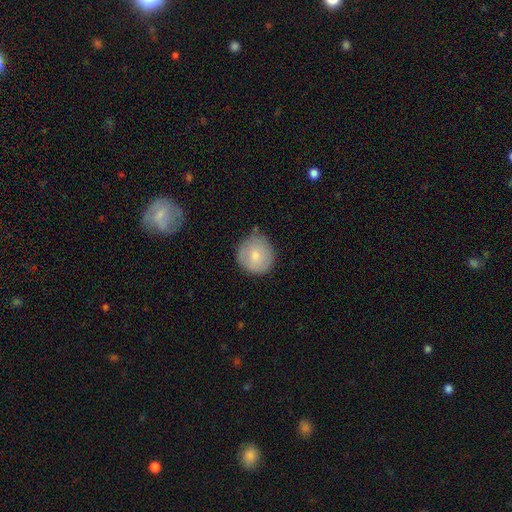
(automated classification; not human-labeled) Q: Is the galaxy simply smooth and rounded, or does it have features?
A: smooth — 76%.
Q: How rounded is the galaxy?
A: round — 91%.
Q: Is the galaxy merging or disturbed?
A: none — 66%.